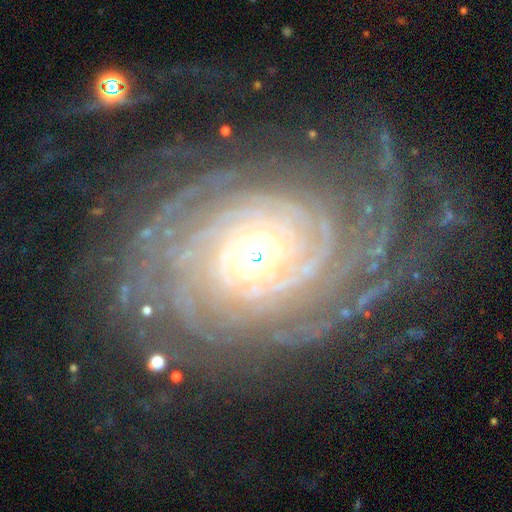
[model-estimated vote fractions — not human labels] smooth_or_featured: featured or disk (p=0.90) [alt: star or artifact p=0.06]
disk_edge_on: no (p=0.97) [alt: yes p=0.03]
bar: no (p=0.64) [alt: weak p=0.23]
has_spiral_arms: yes (p=0.98) [alt: no p=0.02]
spiral_winding: tight (p=0.84) [alt: medium p=0.12]
spiral_arm_count: more than 4 (p=0.34) [alt: can't tell p=0.21]
bulge_size: moderate (p=0.62) [alt: small p=0.21]
merging: none (p=0.74) [alt: minor disturbance p=0.15]